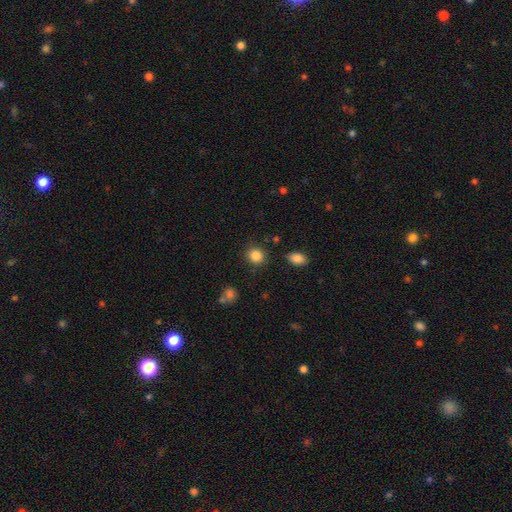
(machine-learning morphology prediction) Smooth or featured: smooth — 86% (star or artifact — 10%)
How rounded: round — 81% (in between — 18%)
Merging: none — 85% (minor disturbance — 9%)